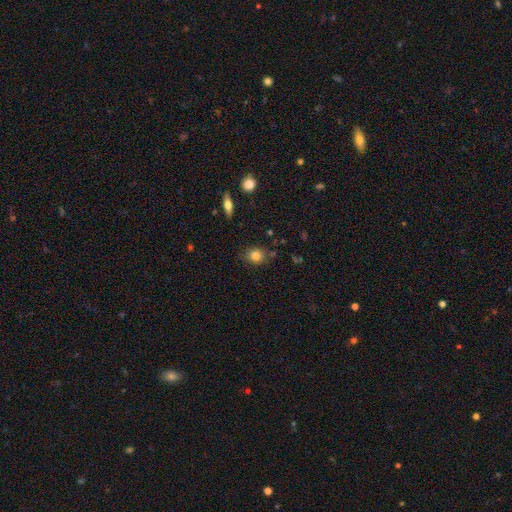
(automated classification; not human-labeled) Morphology: type=smooth (81%); roundness=round (60%); merging=none (81%).